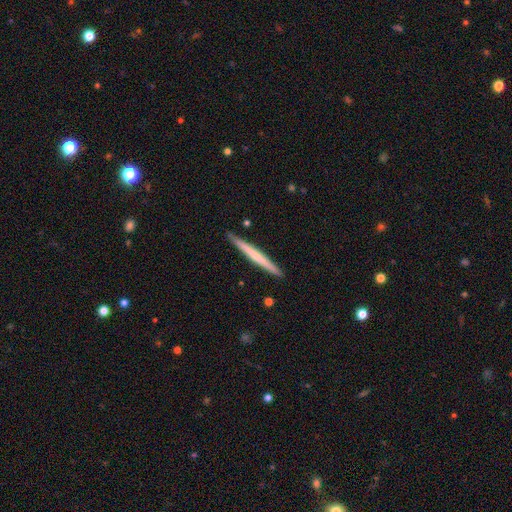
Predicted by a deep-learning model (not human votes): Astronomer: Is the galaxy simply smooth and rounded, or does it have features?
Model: smooth — 49% (runner-up: featured or disk, 46%).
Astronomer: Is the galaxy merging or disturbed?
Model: none — 91%.